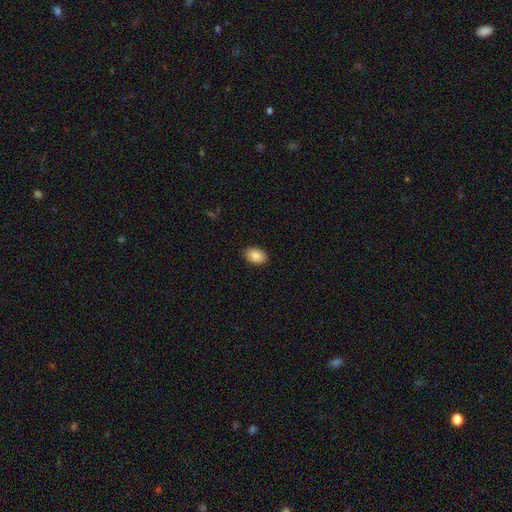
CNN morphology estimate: Q: Smooth or featured?
A: smooth (88%); runner-up: star or artifact (7%)
Q: How rounded?
A: in between (86%); runner-up: round (13%)
Q: Merging?
A: none (89%); runner-up: minor disturbance (8%)